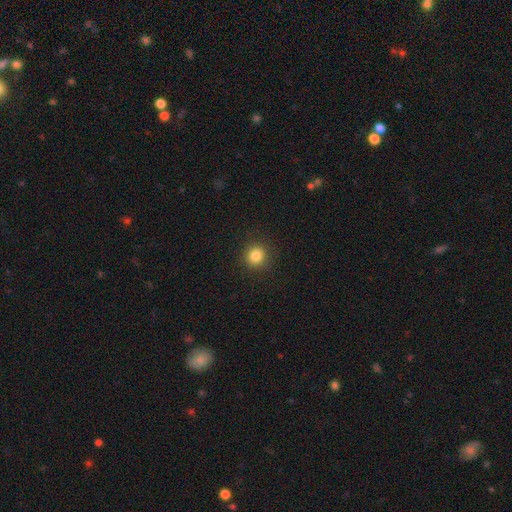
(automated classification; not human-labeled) smooth_or_featured: smooth (p=0.84) [alt: star or artifact p=0.12]
how_rounded: round (p=0.91) [alt: in between p=0.08]
merging: none (p=0.91) [alt: minor disturbance p=0.06]